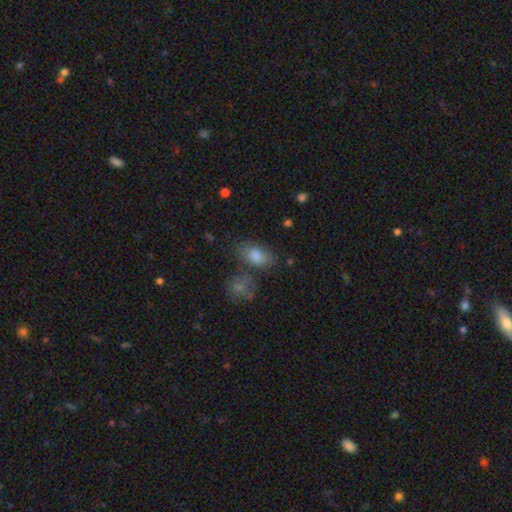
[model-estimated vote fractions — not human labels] This is likely a smooth galaxy (79%). How rounded: clearly in between (87%). Merging: possibly none (59%).